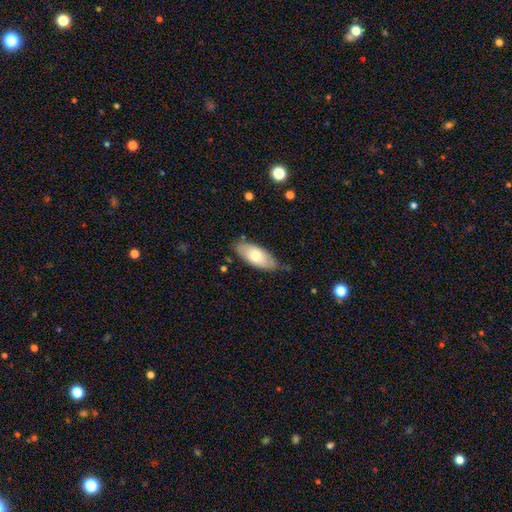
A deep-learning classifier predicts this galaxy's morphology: The model was most divided on "smooth or featured": smooth: 71%, featured or disk: 24%, star or artifact: 6%. More confident: how rounded — in between (86%); merging — none (76%).